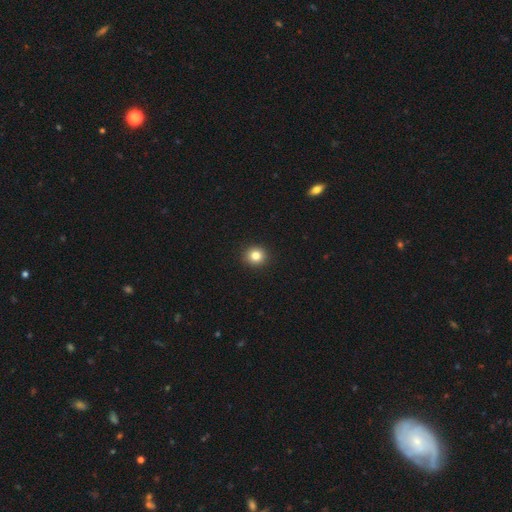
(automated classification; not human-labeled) Smooth or featured? smooth (83%)
How rounded? round (91%)
Merging? none (93%)